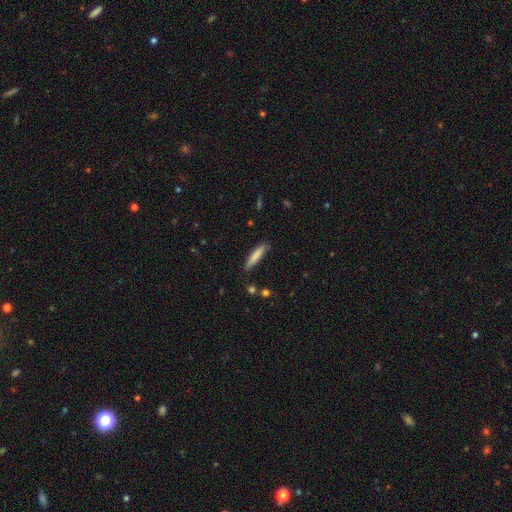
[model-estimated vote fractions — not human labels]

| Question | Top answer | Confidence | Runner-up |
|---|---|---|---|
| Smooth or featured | smooth | 80% | featured or disk (14%) |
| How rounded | cigar-shaped | 86% | in between (13%) |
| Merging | none | 85% | minor disturbance (11%) |